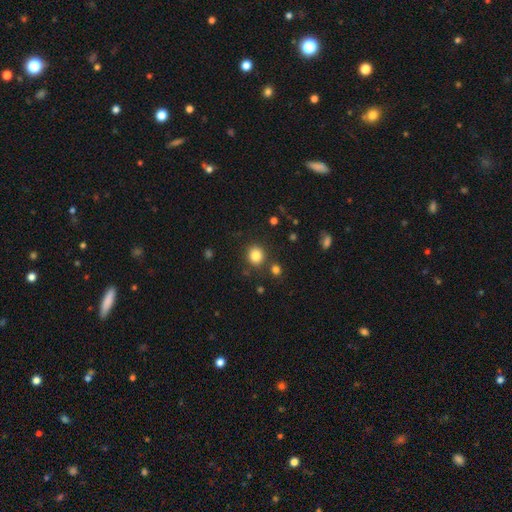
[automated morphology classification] The model was most divided on "how rounded": round: 83%, in between: 16%, cigar-shaped: 1%. More confident: merging — none (84%); smooth or featured — smooth (83%).